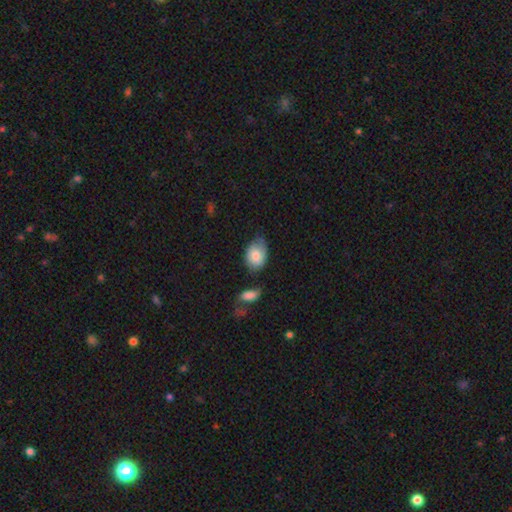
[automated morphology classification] Smooth or featured? smooth (75%)
How rounded? in between (80%)
Merging? none (48%)